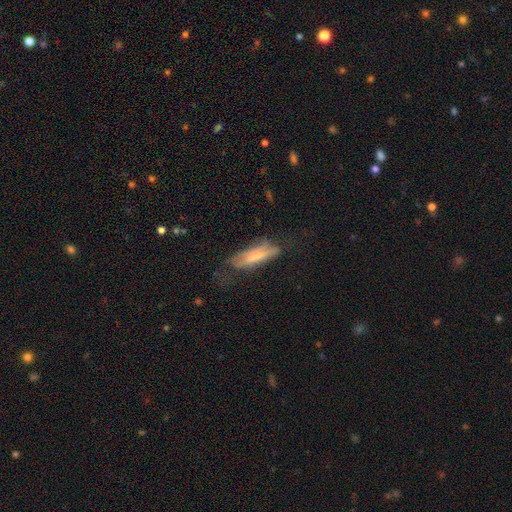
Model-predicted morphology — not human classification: Smooth or featured?
  - smooth: 56% *
  - featured or disk: 37%
  - star or artifact: 8%
How rounded?
  - cigar-shaped: 51% *
  - in between: 47%
  - round: 2%
Merging?
  - none: 45% *
  - minor disturbance: 30%
  - major disturbance: 23%
  - merger: 2%